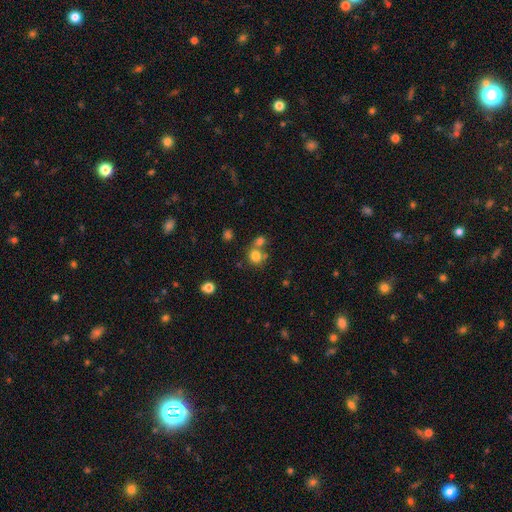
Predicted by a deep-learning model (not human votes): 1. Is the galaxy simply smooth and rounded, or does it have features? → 78% smooth, 14% star or artifact, 9% featured or disk.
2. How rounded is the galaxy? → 83% round, 16% in between, 1% cigar-shaped.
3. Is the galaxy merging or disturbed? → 53% none, 34% merger, 9% minor disturbance, 4% major disturbance.